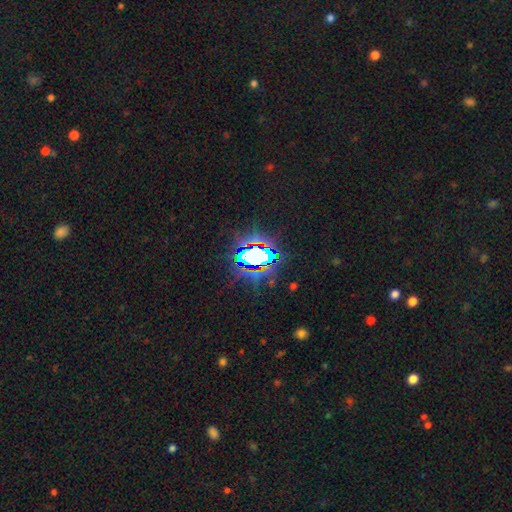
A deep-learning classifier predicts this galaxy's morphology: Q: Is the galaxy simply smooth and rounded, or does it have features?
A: star or artifact — 67%.